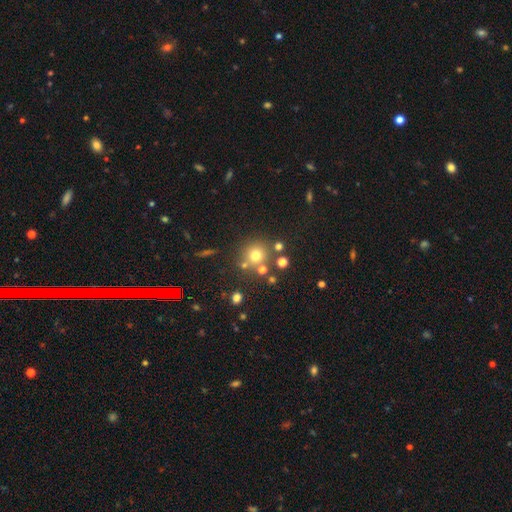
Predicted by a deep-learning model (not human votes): smooth 69%, star or artifact 19%, featured or disk 12%. Down the decision tree: how rounded — round (91%); merging — none (73%).